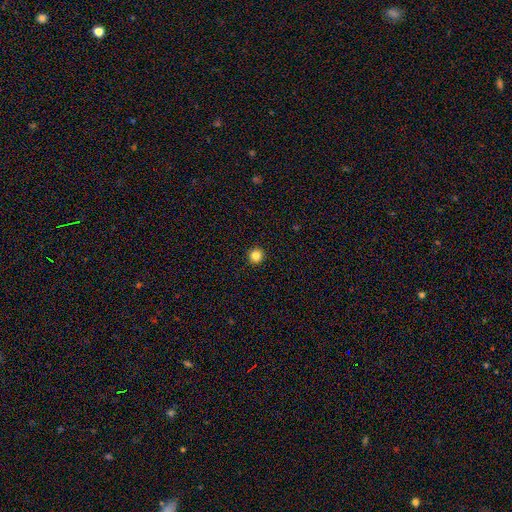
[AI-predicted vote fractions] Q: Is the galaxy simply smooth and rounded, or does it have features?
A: smooth — 84%.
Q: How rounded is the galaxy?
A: round — 96%.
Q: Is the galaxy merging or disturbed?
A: none — 94%.